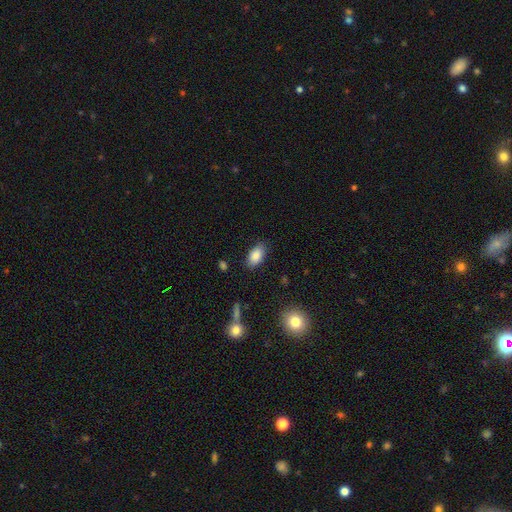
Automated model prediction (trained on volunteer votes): A smooth galaxy with no disk features (87%) that is in between round and cigar-shaped (92%).

Vote fractions:
- Smooth or featured? smooth: 87% / star or artifact: 8% / featured or disk: 5%
- How rounded? in between: 92% / round: 5% / cigar-shaped: 3%
- Merging? none: 83% / minor disturbance: 13% / major disturbance: 3% / merger: 1%